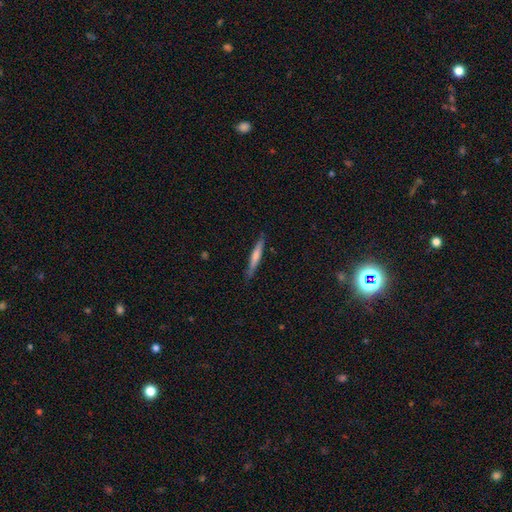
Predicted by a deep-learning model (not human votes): This appears to be a smooth galaxy with no disk features (59%) that is cigar-shaped (94%). Merging: none (85%).